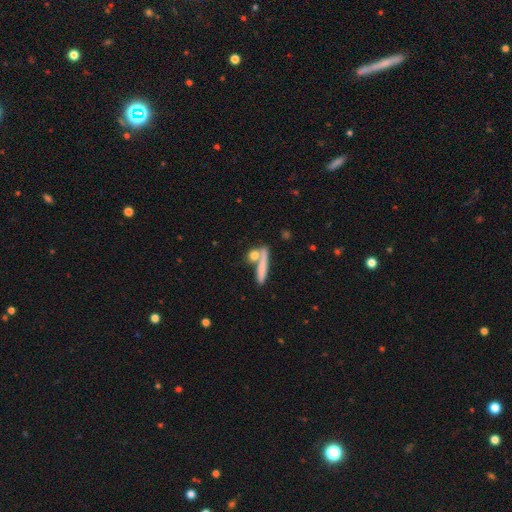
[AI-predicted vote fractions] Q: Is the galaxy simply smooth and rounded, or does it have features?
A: smooth — 42%.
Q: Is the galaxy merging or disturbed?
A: none — 44%.